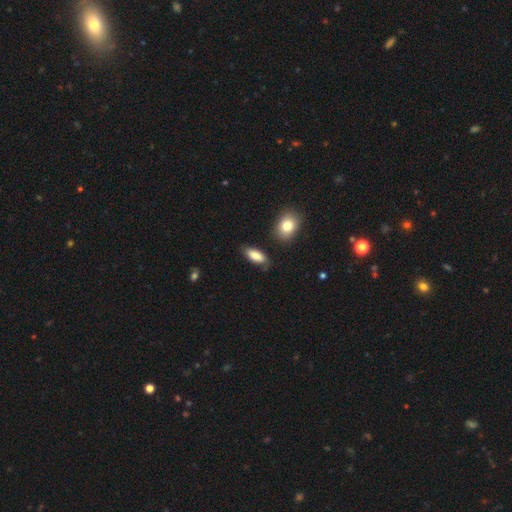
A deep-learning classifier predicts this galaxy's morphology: Overall: smooth (84%). How rounded: in between (79%). Merging: none (78%).